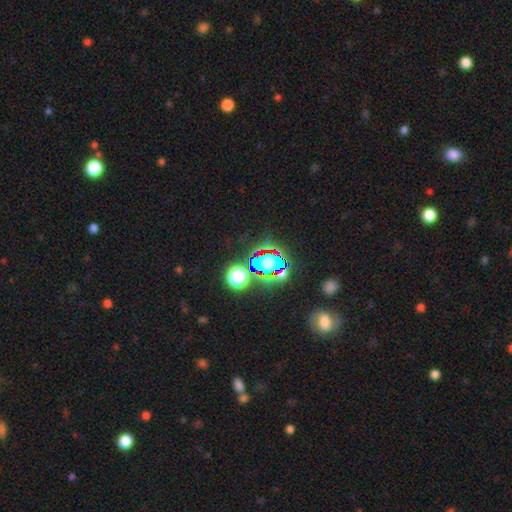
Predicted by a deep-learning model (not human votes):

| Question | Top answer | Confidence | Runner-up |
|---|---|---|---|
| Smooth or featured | star or artifact | 75% | smooth (17%) |